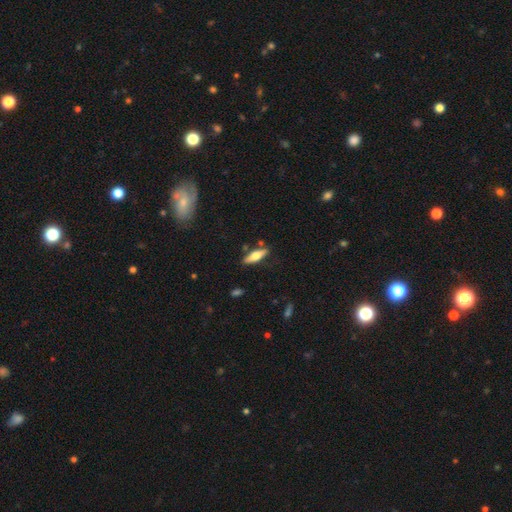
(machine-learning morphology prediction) Q: Smooth or featured?
A: smooth (53%); runner-up: featured or disk (41%)
Q: How rounded?
A: cigar-shaped (57%); runner-up: in between (41%)
Q: Merging?
A: none (82%); runner-up: minor disturbance (12%)